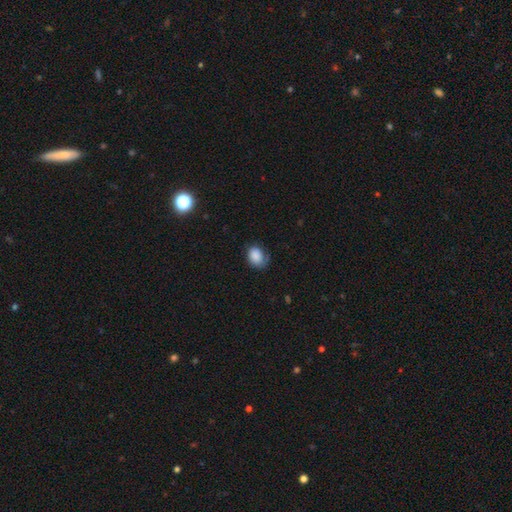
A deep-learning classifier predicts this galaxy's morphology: This appears to be a smooth galaxy with no disk features (85%) that is in between round and cigar-shaped (62%). Merging: none (56%).